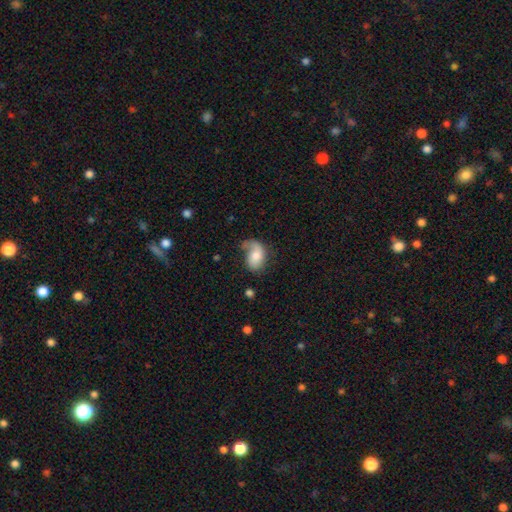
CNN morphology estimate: This is possibly a smooth galaxy (51%). How rounded: clearly in between (83%). Merging: marginally none (35%).